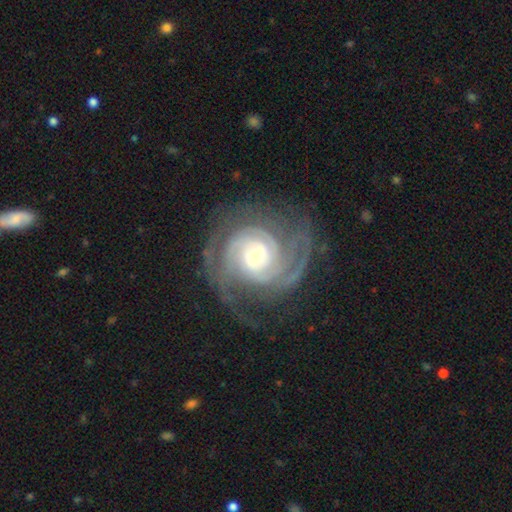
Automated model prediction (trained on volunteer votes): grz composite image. It shows a featured or disk galaxy (90%) with no bar (59%), 2 (34%) tight (66%) spiral arms (98%) and a small central bulge (51%). Merging: none (76%).